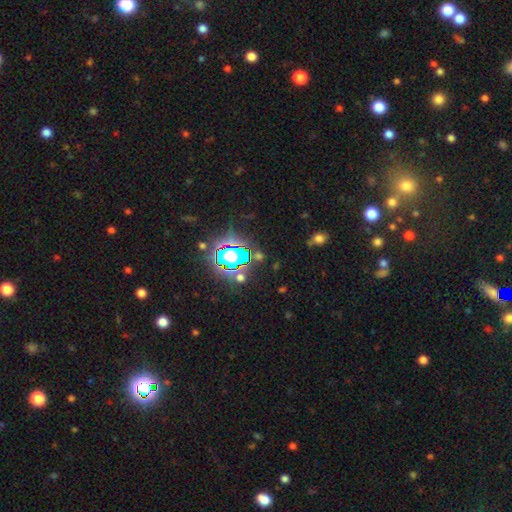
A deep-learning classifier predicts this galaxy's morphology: A star or artifact, not a galaxy (70%).

Vote fractions:
- Smooth or featured? star or artifact: 70% / smooth: 20% / featured or disk: 10%